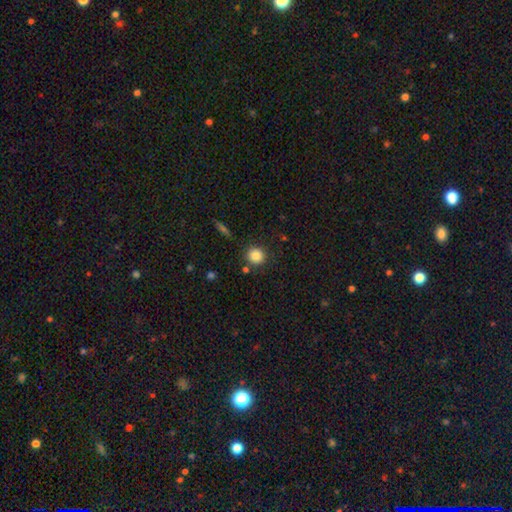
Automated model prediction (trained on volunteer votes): This is clearly a smooth galaxy (85%). How rounded: clearly round (89%). Merging: clearly none (84%).